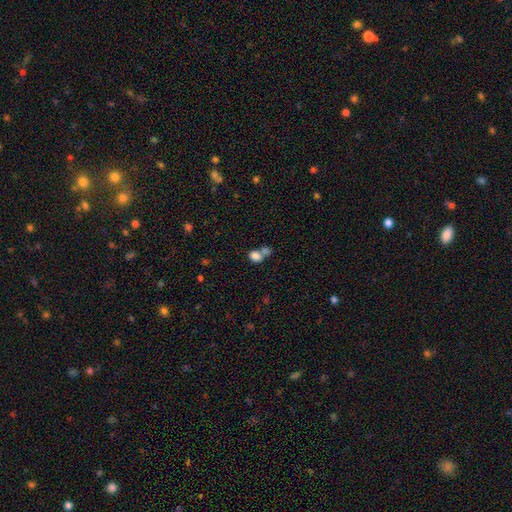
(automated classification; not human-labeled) Q: Smooth or featured?
A: smooth (81%); runner-up: star or artifact (10%)
Q: How rounded?
A: in between (63%); runner-up: round (36%)
Q: Merging?
A: merger (58%); runner-up: none (28%)